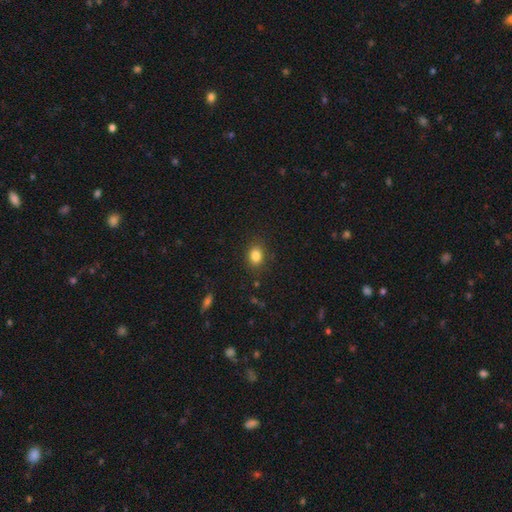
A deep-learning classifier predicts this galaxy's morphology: This appears to be a smooth galaxy with no disk features (84%) that is in between round and cigar-shaped (57%). Merging: none (86%).